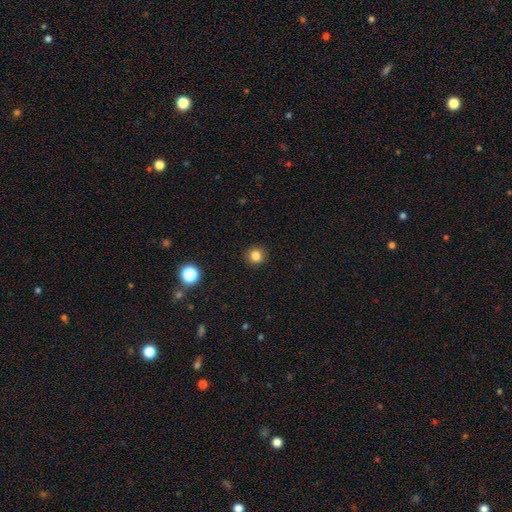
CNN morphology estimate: The model was most divided on "smooth or featured": smooth: 83%, star or artifact: 13%, featured or disk: 5%. More confident: how rounded — round (93%); merging — none (92%).